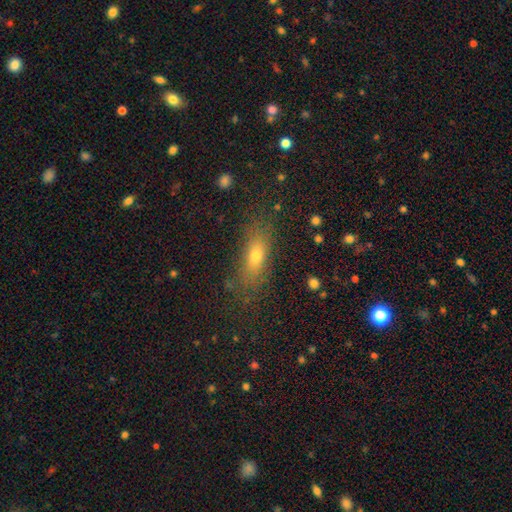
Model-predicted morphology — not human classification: This is likely a smooth galaxy (69%). How rounded: likely in between (63%). Merging: likely none (78%).